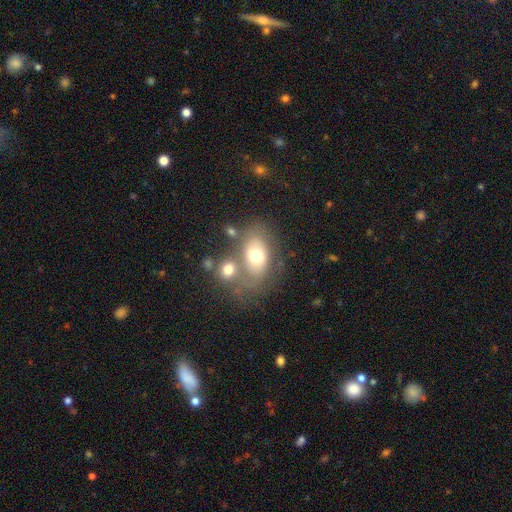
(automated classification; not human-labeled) Overall: smooth (61%; featured or disk 30%). How rounded: in between (81%). Merging: none (44%; merger 30%).